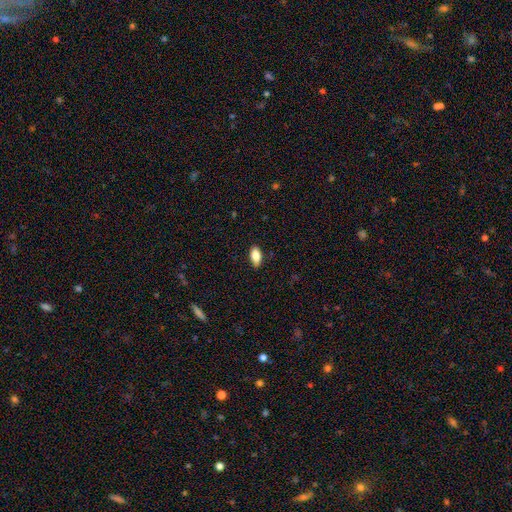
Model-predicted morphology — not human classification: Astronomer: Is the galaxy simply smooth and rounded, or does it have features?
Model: smooth — 82%.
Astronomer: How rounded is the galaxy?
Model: in between — 89%.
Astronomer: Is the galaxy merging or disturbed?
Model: none — 85%.